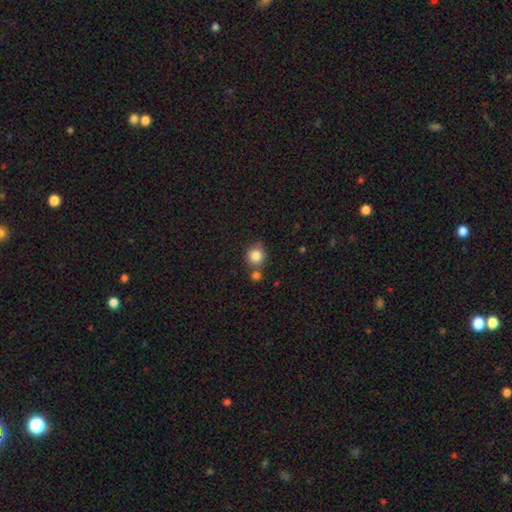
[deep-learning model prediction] Smooth or featured: smooth — 84% (star or artifact — 10%)
How rounded: round — 89% (in between — 10%)
Merging: none — 64% (merger — 22%)